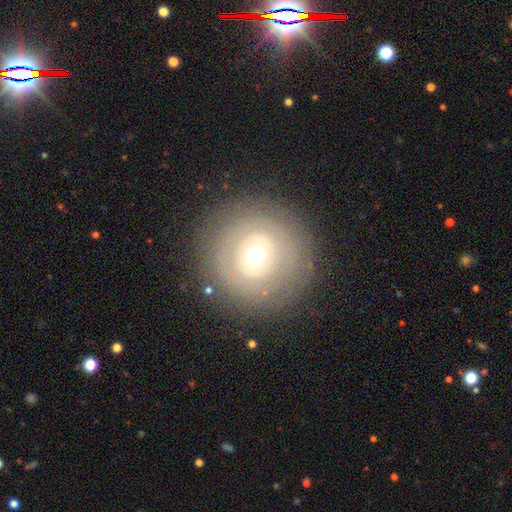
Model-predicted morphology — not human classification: Smooth or featured: smooth — 46% (featured or disk — 43%)
Merging: none — 84% (minor disturbance — 9%)